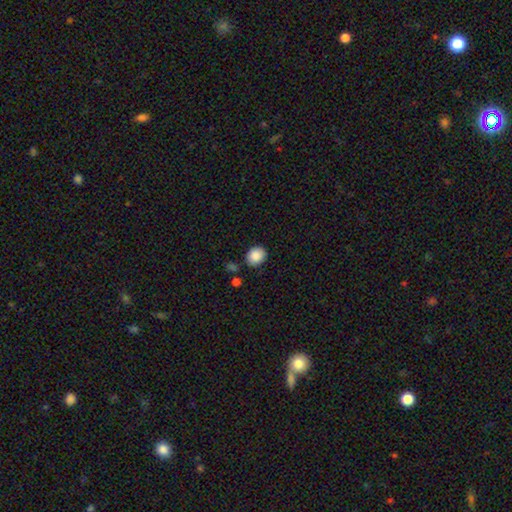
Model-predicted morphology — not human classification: Smooth or featured: smooth — 88% (star or artifact — 8%)
How rounded: round — 65% (in between — 34%)
Merging: none — 82% (minor disturbance — 11%)